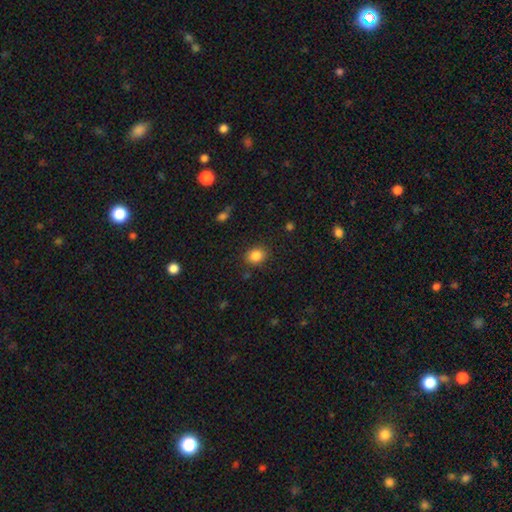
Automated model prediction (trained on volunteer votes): A smooth galaxy with no disk features (85%) that is round (58%).

Vote fractions:
- Smooth or featured? smooth: 85% / star or artifact: 10% / featured or disk: 5%
- How rounded? round: 58% / in between: 41% / cigar-shaped: 1%
- Merging? none: 86% / minor disturbance: 10% / major disturbance: 3% / merger: 2%